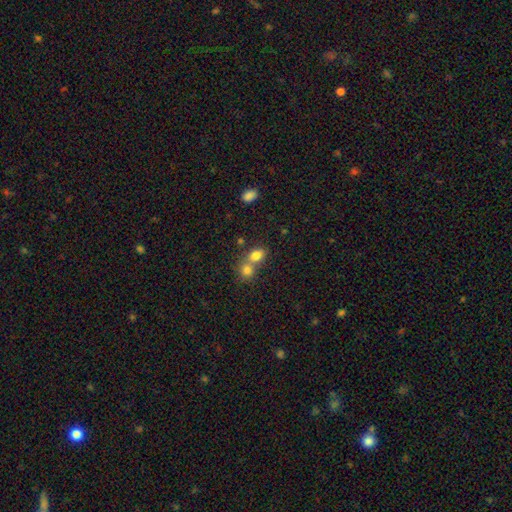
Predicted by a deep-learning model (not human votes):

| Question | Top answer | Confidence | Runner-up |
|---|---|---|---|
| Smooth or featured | smooth | 80% | star or artifact (11%) |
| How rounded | in between | 54% | round (44%) |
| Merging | merger | 55% | none (35%) |